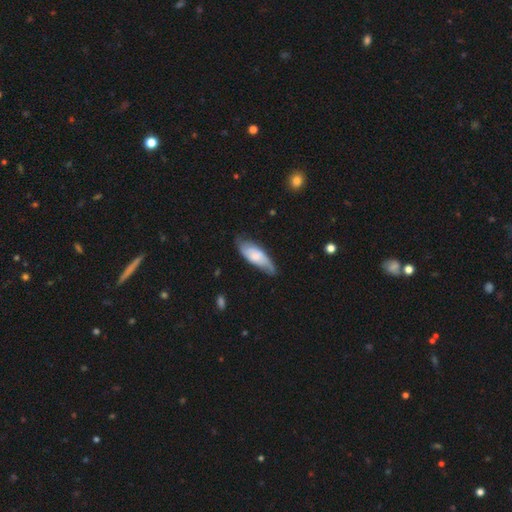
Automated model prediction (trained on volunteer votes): Smooth or featured: smooth — 55% (featured or disk — 39%)
How rounded: in between — 70% (cigar-shaped — 28%)
Merging: none — 61% (minor disturbance — 30%)